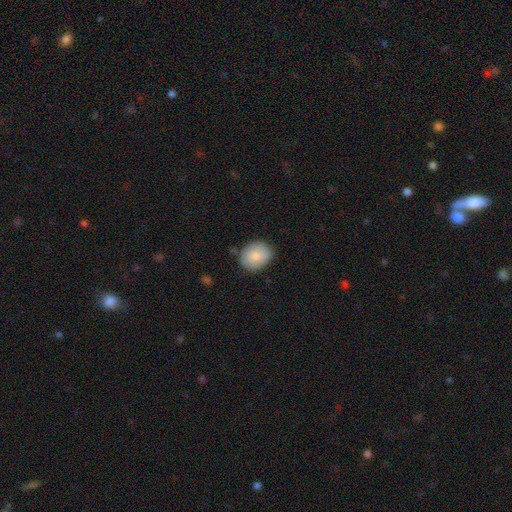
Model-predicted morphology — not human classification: Overall: smooth (83%). How rounded: round (52%; in between 47%). Merging: none (77%).